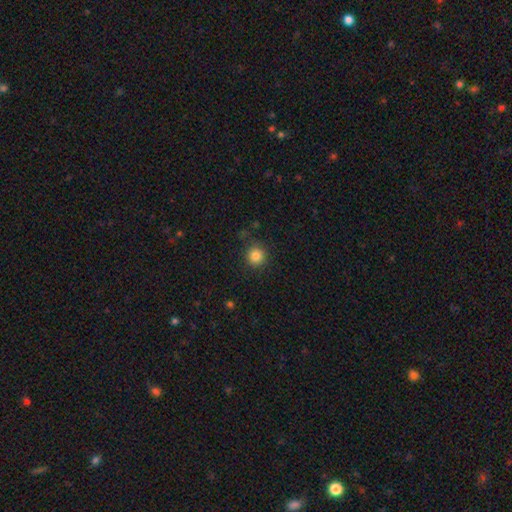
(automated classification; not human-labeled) A smooth galaxy with no disk features (83%) that is round (93%). Merging: none (86%).